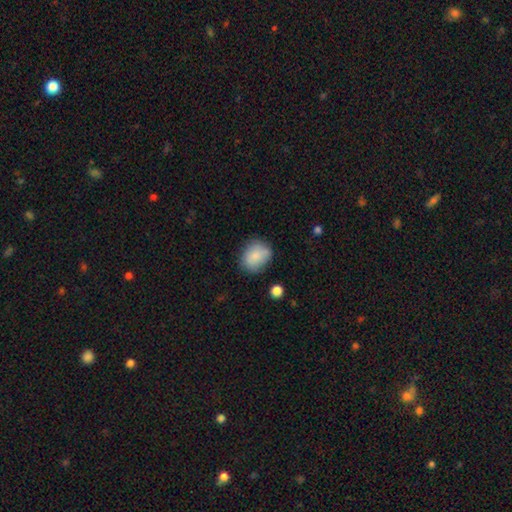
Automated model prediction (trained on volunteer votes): Morphology: type=smooth (85%); roundness=round (54%); merging=none (72%).